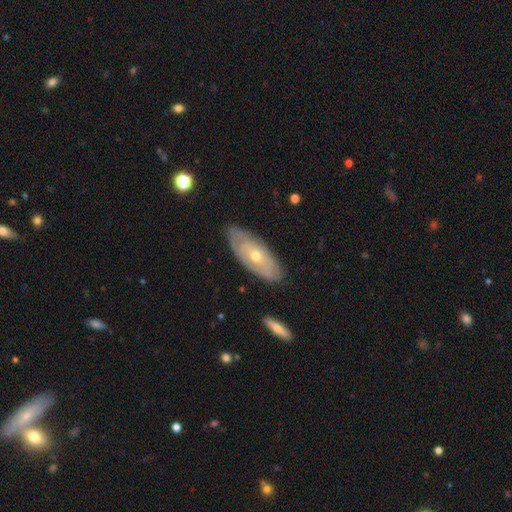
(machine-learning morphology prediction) This appears to be a featured or disk galaxy (62%) with no bar (87%), spiral arms (51%) and a small central bulge (51%). Merging: none (78%).